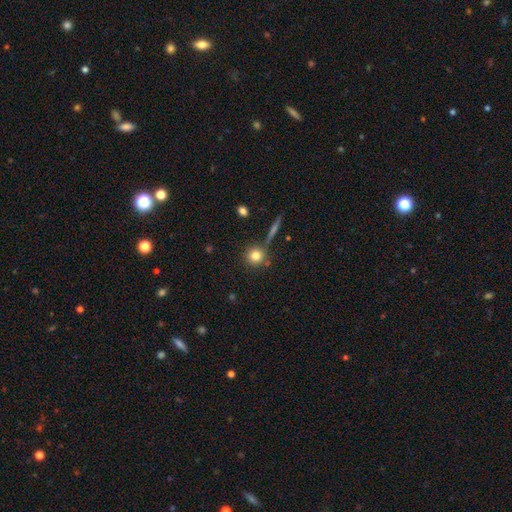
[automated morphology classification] smooth-or-featured: smooth: 79% | star or artifact: 11% | featured or disk: 10%
  how-rounded: round: 92% | in between: 7% | cigar-shaped: 2%
  merging: none: 77% | merger: 10% | minor disturbance: 10% | major disturbance: 3%